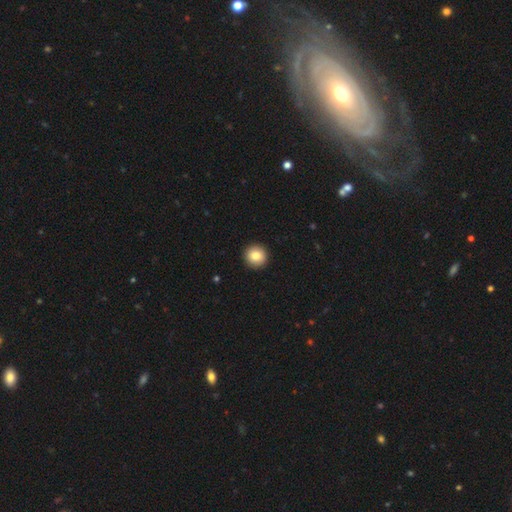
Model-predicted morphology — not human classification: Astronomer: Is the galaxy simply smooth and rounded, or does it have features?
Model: smooth — 84%.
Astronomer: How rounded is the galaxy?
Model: round — 95%.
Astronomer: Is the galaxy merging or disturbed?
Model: none — 93%.